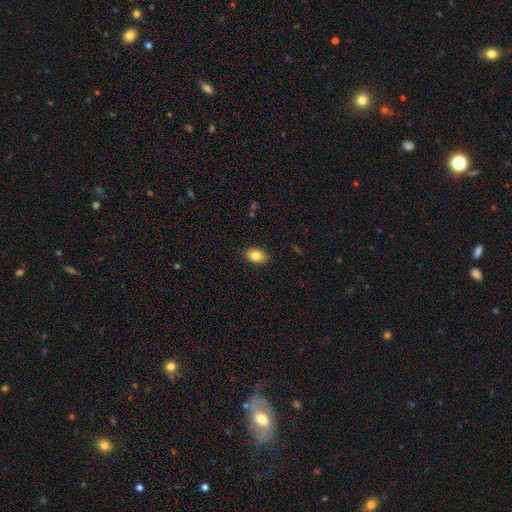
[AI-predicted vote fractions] Q: Smooth or featured?
A: smooth (84%); runner-up: star or artifact (8%)
Q: How rounded?
A: in between (81%); runner-up: round (18%)
Q: Merging?
A: none (88%); runner-up: minor disturbance (9%)